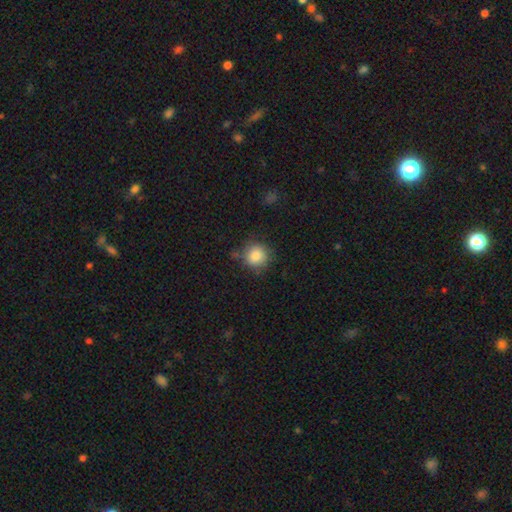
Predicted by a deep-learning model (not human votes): This is clearly a smooth galaxy (84%). How rounded: clearly round (92%). Merging: likely none (77%).